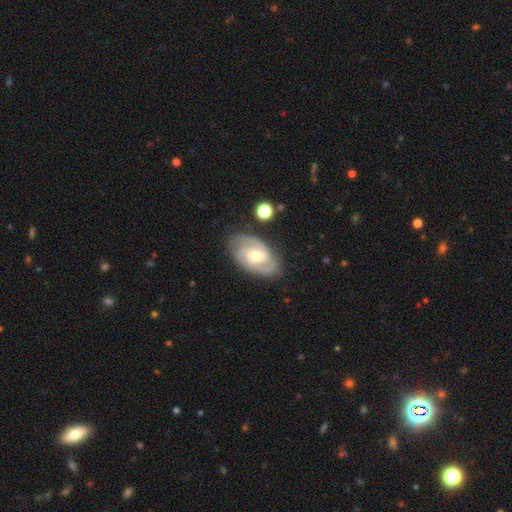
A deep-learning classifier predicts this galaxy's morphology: featured or disk 88%, smooth 7%, star or artifact 4%. Down the decision tree: edge-on disk — no (97%); bar — no (47%); spiral arms — yes (98%); spiral arm count — 3 (43%); spiral winding — tight (51%); bulge size — moderate (56%); merging — none (80%).